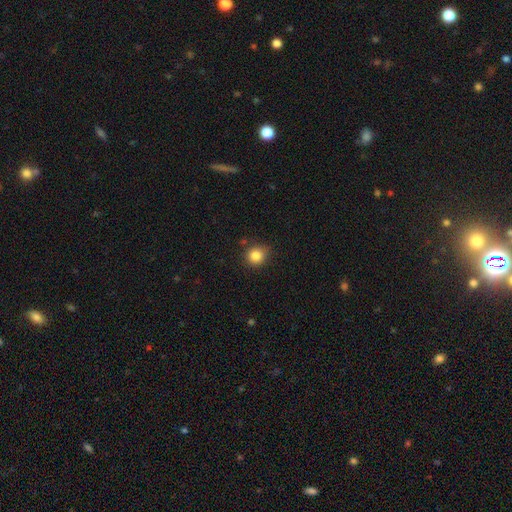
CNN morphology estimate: Q: Smooth or featured?
A: smooth (84%); runner-up: star or artifact (11%)
Q: How rounded?
A: round (86%); runner-up: in between (13%)
Q: Merging?
A: none (80%); runner-up: minor disturbance (14%)